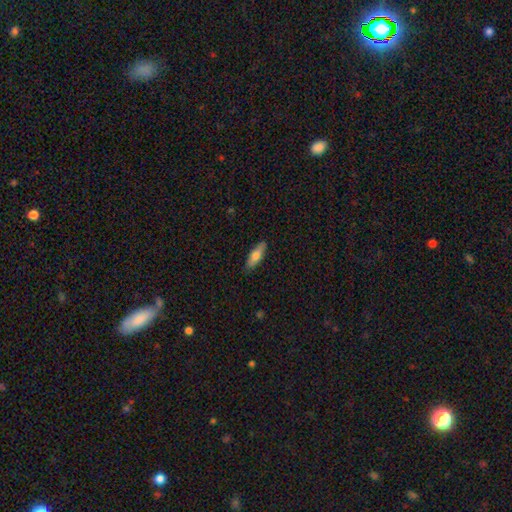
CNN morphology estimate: The model was most divided on "how rounded": in between: 53%, cigar-shaped: 45%, round: 2%. More confident: merging — none (87%); smooth or featured — smooth (74%).